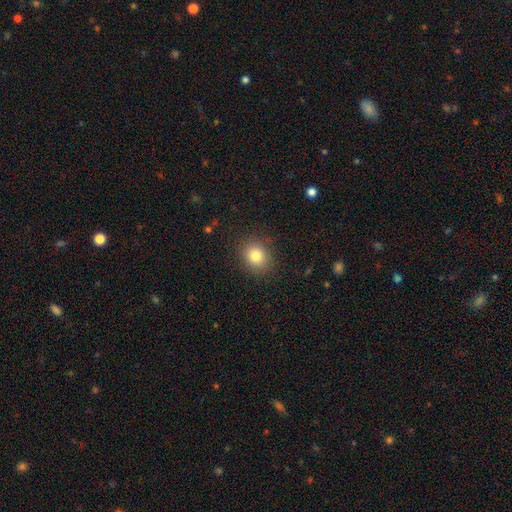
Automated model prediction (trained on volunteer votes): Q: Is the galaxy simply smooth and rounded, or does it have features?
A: smooth — 81%.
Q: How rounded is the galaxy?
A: round — 69%.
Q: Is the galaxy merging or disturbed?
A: none — 88%.